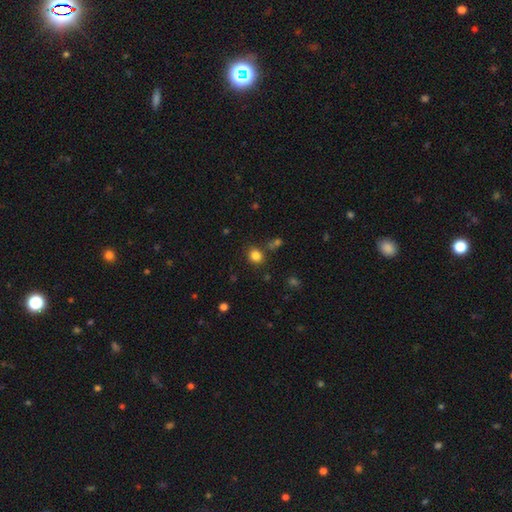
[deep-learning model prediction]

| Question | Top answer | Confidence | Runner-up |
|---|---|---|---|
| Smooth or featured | smooth | 82% | star or artifact (13%) |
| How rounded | round | 75% | in between (24%) |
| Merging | none | 82% | minor disturbance (9%) |